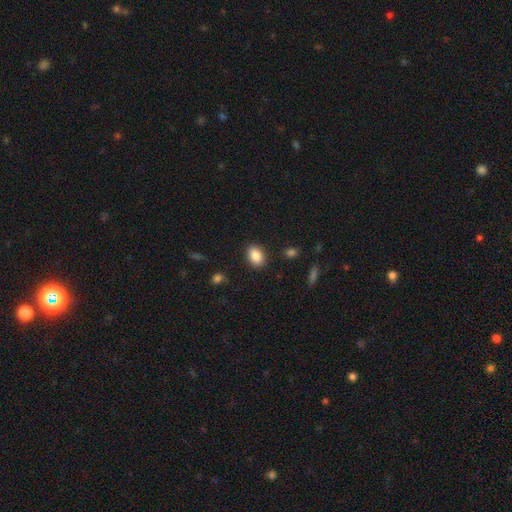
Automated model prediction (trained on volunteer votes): Smooth or featured? smooth (87%)
How rounded? in between (81%)
Merging? none (88%)